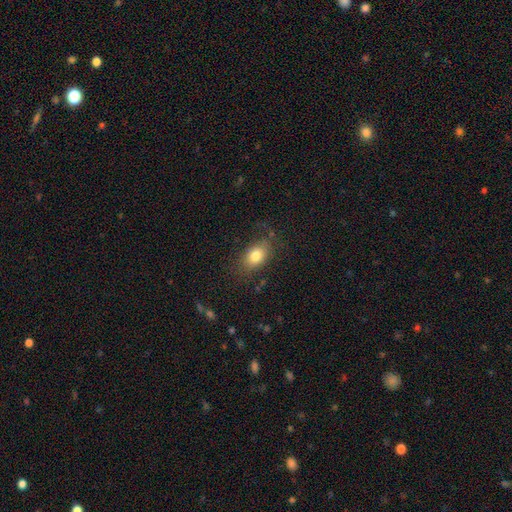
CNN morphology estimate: smooth 79%, featured or disk 11%, star or artifact 9%. Down the decision tree: how rounded — in between (82%); merging — none (77%).